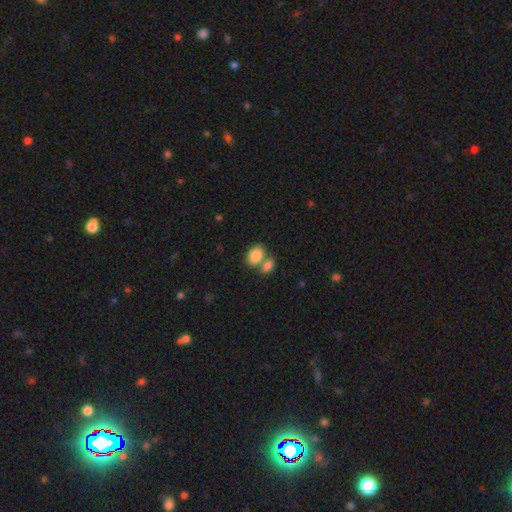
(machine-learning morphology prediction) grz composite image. It shows a smooth galaxy with no disk features (85%) that is in between round and cigar-shaped (77%). Merging: merger (49%).